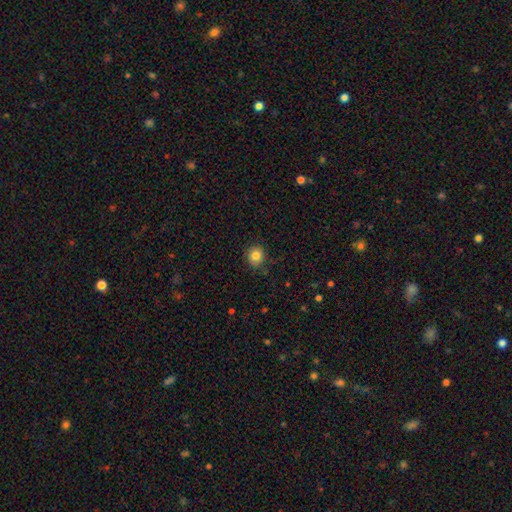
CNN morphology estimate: smooth-or-featured: smooth: 83% | star or artifact: 11% | featured or disk: 7%
  how-rounded: round: 87% | in between: 12% | cigar-shaped: 1%
  merging: none: 86% | minor disturbance: 11% | major disturbance: 2% | merger: 1%